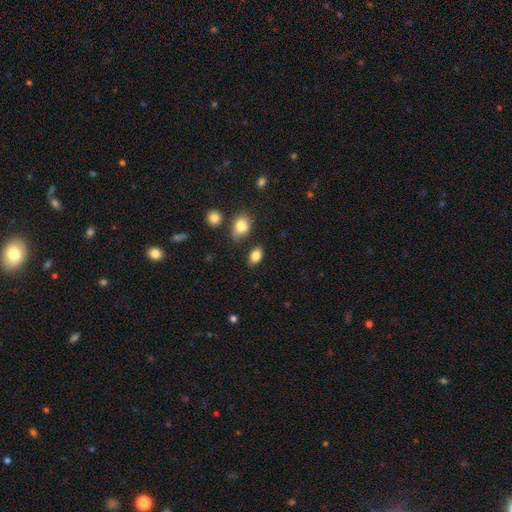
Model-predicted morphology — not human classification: A smooth galaxy with no disk features (84%) that is in between round and cigar-shaped (85%).

Vote fractions:
- Smooth or featured? smooth: 84% / star or artifact: 9% / featured or disk: 7%
- How rounded? in between: 85% / round: 13% / cigar-shaped: 2%
- Merging? none: 78% / minor disturbance: 14% / merger: 5% / major disturbance: 3%